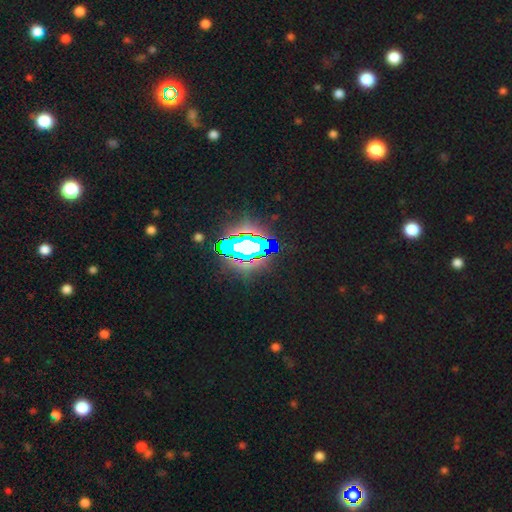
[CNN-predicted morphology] type=star or artifact (79%).